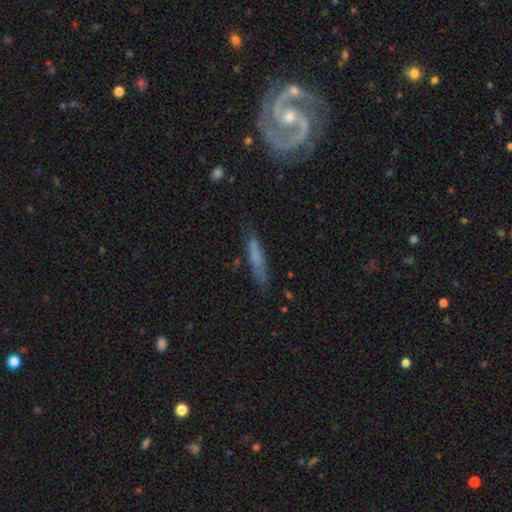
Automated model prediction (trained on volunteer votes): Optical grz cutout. It shows a smooth galaxy with no disk features (60%) that is cigar-shaped (87%). Merging: none (73%).